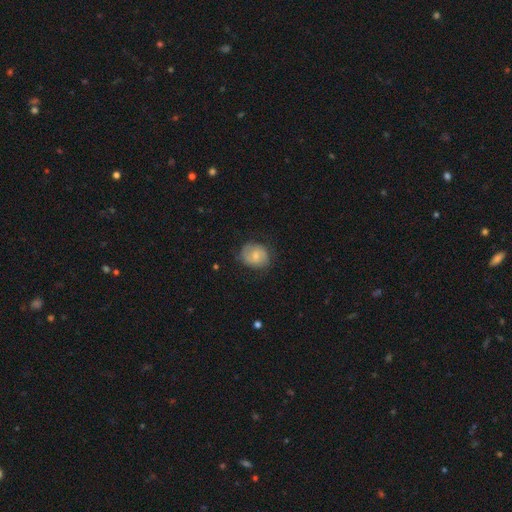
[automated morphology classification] The model was most divided on "smooth or featured": smooth: 59%, featured or disk: 33%, star or artifact: 7%. More confident: merging — none (68%); how rounded — round (67%).